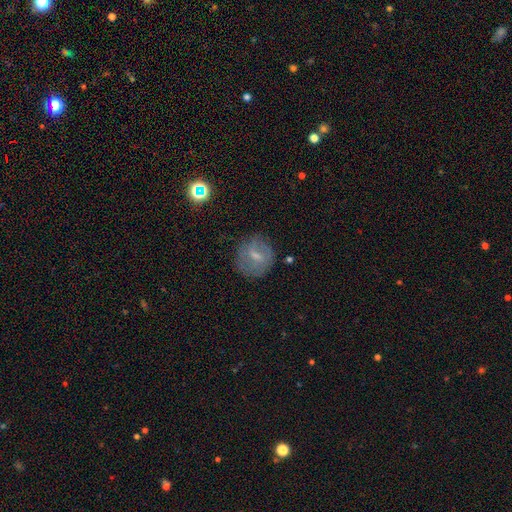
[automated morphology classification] This appears to be a smooth galaxy with no disk features (47%). Merging: none (69%).